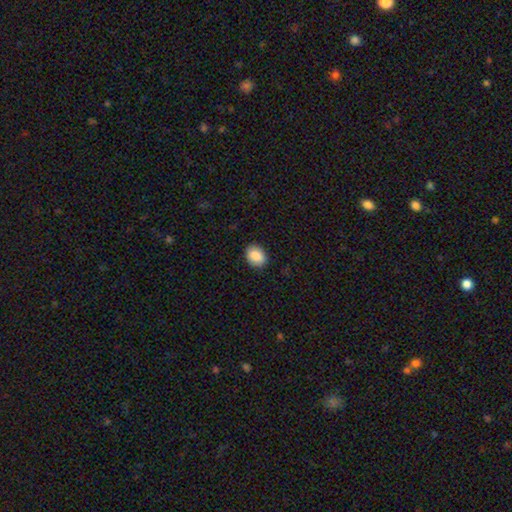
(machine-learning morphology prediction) This appears to be a smooth galaxy with no disk features (88%) that is in between round and cigar-shaped (63%). Merging: none (88%).